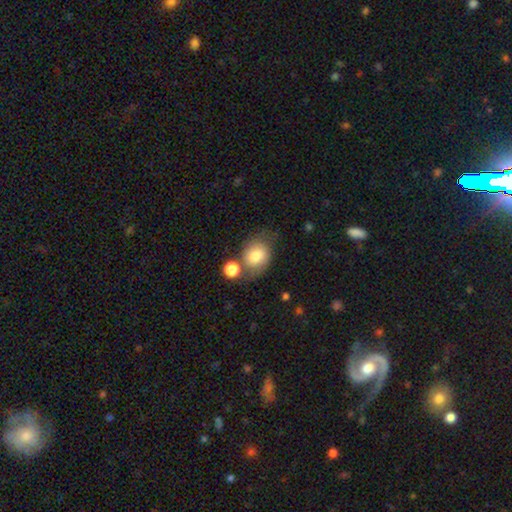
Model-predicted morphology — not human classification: This appears to be a smooth galaxy with no disk features (75%) that is in between round and cigar-shaped (55%). Merging: none (52%).